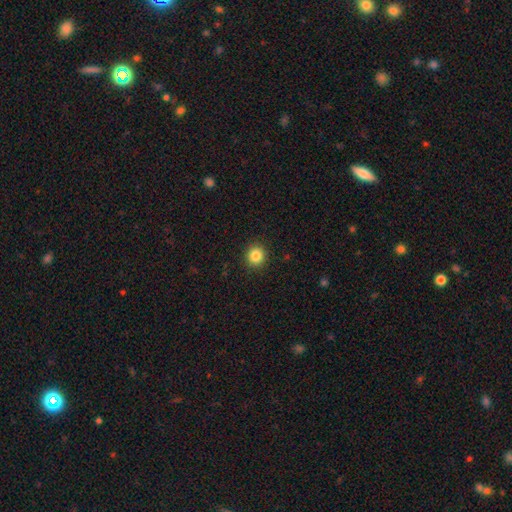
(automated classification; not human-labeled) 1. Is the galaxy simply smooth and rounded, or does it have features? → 85% smooth, 11% star or artifact, 5% featured or disk.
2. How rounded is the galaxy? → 90% round, 9% in between, 1% cigar-shaped.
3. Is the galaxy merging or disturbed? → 92% none, 6% minor disturbance, 2% major disturbance, 1% merger.